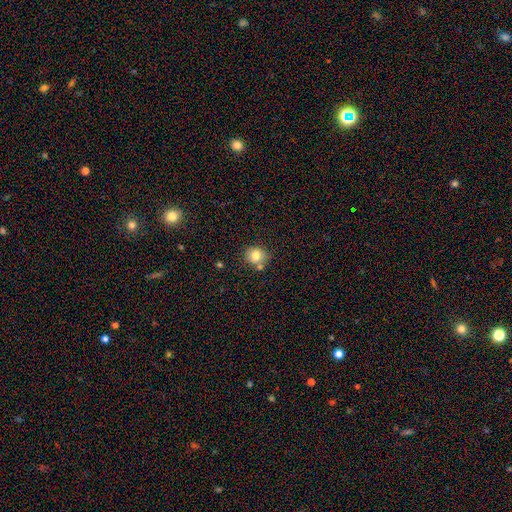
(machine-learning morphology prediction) smooth-or-featured: smooth: 78% | star or artifact: 11% | featured or disk: 11%
  how-rounded: round: 80% | in between: 19% | cigar-shaped: 1%
  merging: none: 70% | merger: 15% | minor disturbance: 12% | major disturbance: 3%